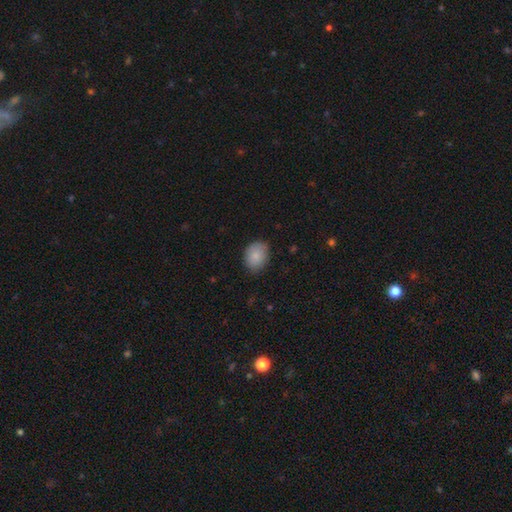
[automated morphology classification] A smooth galaxy with no disk features (86%) that is in between round and cigar-shaped (62%).

Vote fractions:
- Smooth or featured? smooth: 86% / star or artifact: 7% / featured or disk: 7%
- How rounded? in between: 62% / round: 37% / cigar-shaped: 1%
- Merging? none: 80% / minor disturbance: 16% / major disturbance: 3% / merger: 1%